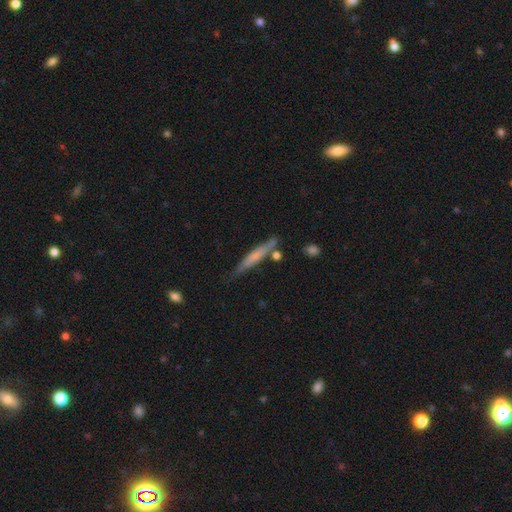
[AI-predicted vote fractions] Morphology: type=smooth (50%); roundness=cigar-shaped (93%); merging=none (73%).